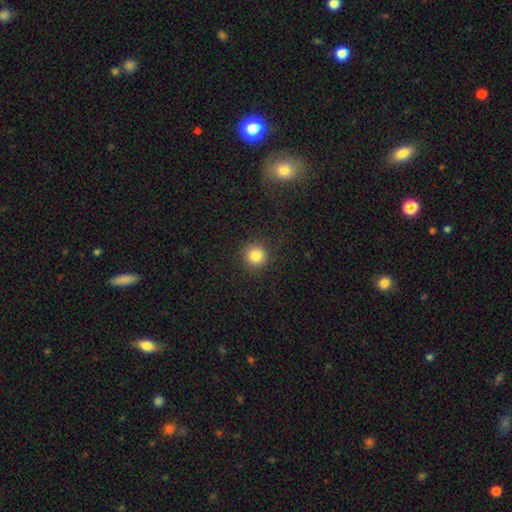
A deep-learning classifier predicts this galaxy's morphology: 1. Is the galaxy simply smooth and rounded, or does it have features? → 84% smooth, 11% star or artifact, 5% featured or disk.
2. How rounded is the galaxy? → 94% round, 5% in between, 1% cigar-shaped.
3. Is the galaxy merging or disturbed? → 89% none, 7% minor disturbance, 3% major disturbance, 1% merger.